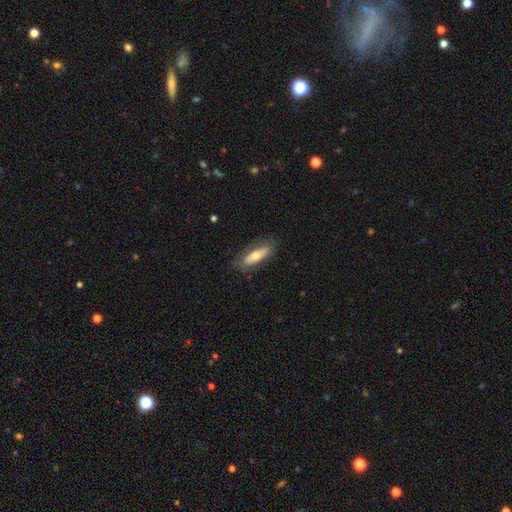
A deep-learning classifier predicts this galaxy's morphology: The model was most divided on "how rounded": in between: 56%, cigar-shaped: 42%, round: 2%. More confident: merging — none (76%); smooth or featured — smooth (54%).